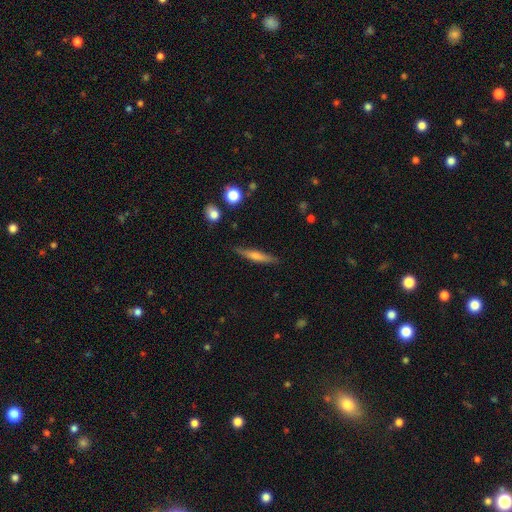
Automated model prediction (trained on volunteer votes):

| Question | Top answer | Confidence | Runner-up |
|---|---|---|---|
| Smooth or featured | smooth | 50% | featured or disk (44%) |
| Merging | none | 86% | minor disturbance (10%) |